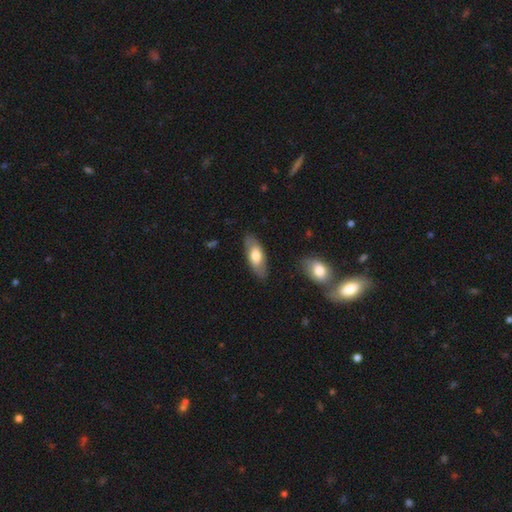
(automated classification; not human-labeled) The model was most divided on "smooth or featured": smooth: 64%, featured or disk: 30%, star or artifact: 5%. More confident: how rounded — in between (83%); merging — none (82%).